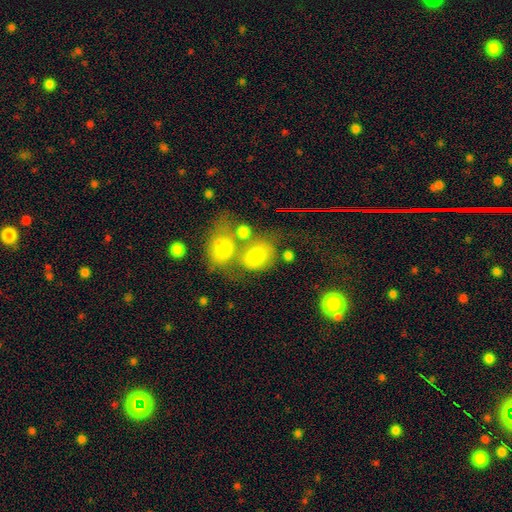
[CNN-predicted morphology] A smooth galaxy with no disk features (66%) that is in between round and cigar-shaped (56%).

Vote fractions:
- Smooth or featured? smooth: 66% / featured or disk: 18% / star or artifact: 16%
- How rounded? in between: 56% / round: 43% / cigar-shaped: 1%
- Merging? merger: 41% / none: 35% / minor disturbance: 14% / major disturbance: 10%